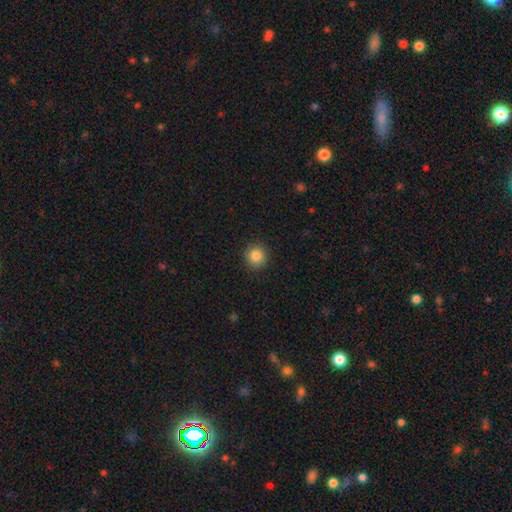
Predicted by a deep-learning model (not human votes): This is clearly a smooth galaxy (84%). How rounded: clearly round (93%). Merging: clearly none (92%).